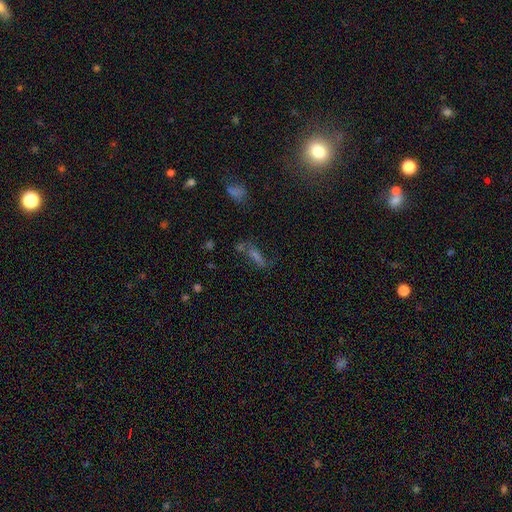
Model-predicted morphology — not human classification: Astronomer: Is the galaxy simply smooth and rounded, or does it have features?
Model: smooth — 45% (runner-up: star or artifact, 31%).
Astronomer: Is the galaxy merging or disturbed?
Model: none — 56%.